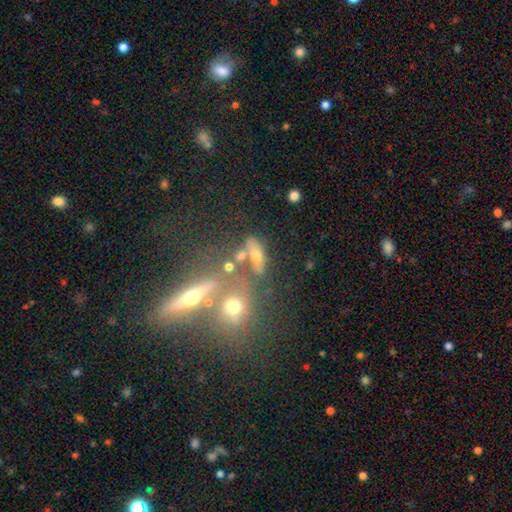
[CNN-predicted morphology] This is marginally a featured or disk galaxy (41%). Merging: possibly none (51%).